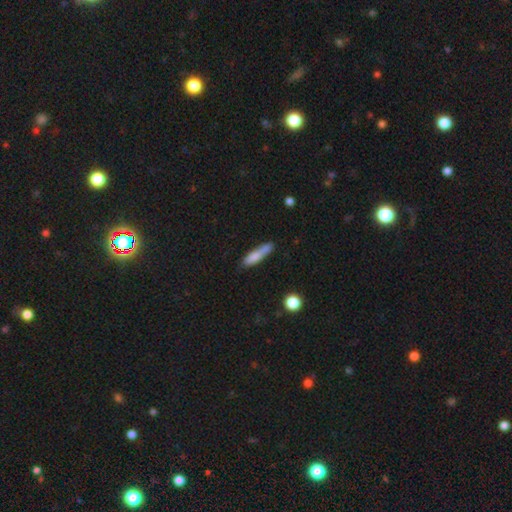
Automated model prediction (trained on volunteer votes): smooth_or_featured: smooth (p=0.78) [alt: featured or disk p=0.16]
how_rounded: cigar-shaped (p=0.80) [alt: in between p=0.18]
merging: none (p=0.59) [alt: minor disturbance p=0.26]